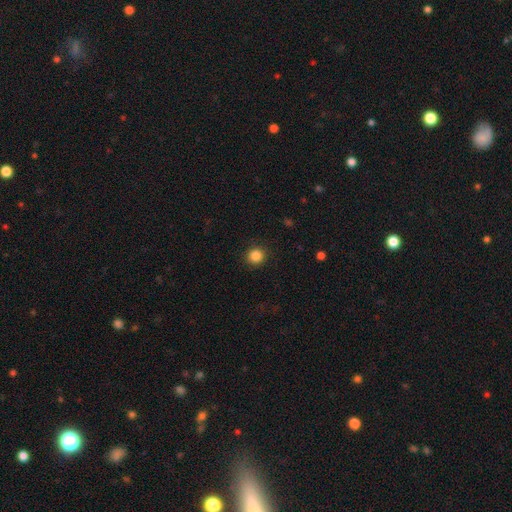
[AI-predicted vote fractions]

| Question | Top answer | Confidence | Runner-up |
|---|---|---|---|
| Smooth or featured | smooth | 86% | star or artifact (11%) |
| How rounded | round | 93% | in between (6%) |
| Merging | none | 91% | minor disturbance (6%) |